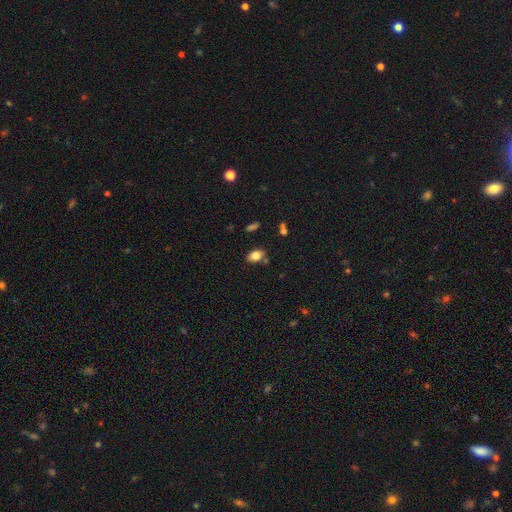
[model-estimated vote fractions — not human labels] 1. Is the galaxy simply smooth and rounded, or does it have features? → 80% smooth, 10% featured or disk, 10% star or artifact.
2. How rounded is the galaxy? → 86% in between, 12% round, 2% cigar-shaped.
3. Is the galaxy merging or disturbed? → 78% none, 13% minor disturbance, 6% merger, 3% major disturbance.